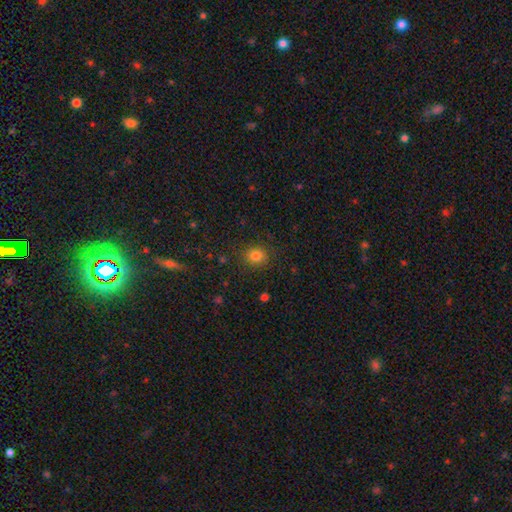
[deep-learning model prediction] smooth_or_featured: smooth (p=0.82) [alt: star or artifact p=0.13]
how_rounded: round (p=0.75) [alt: in between p=0.24]
merging: none (p=0.86) [alt: minor disturbance p=0.09]